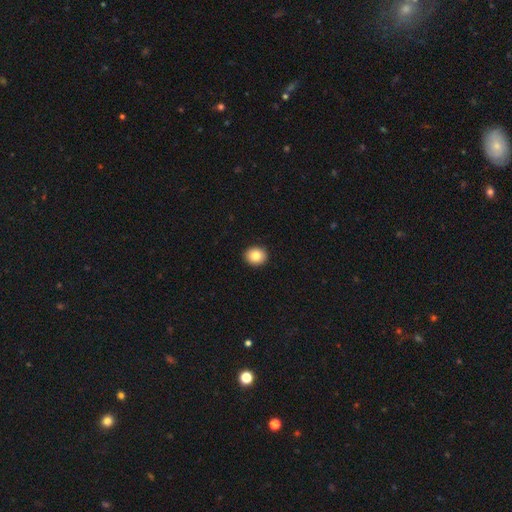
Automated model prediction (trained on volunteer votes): smooth_or_featured: smooth (p=0.83) [alt: star or artifact p=0.09]
how_rounded: round (p=0.80) [alt: in between p=0.20]
merging: none (p=0.93) [alt: minor disturbance p=0.05]